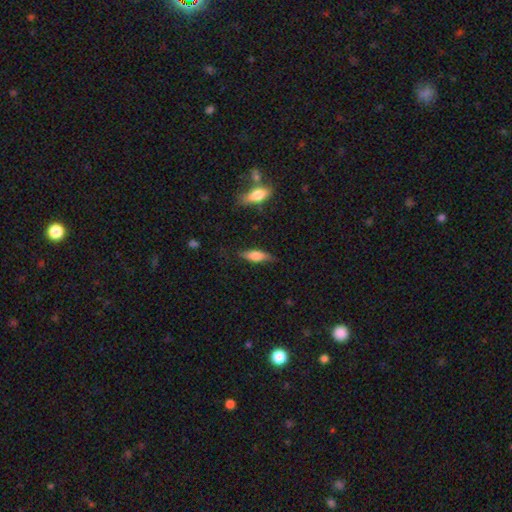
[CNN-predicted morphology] Smooth or featured: smooth — 66% (featured or disk — 28%)
How rounded: in between — 54% (cigar-shaped — 43%)
Merging: none — 77% (minor disturbance — 17%)